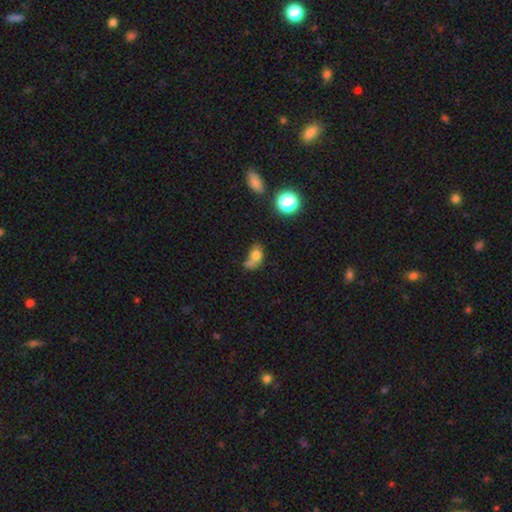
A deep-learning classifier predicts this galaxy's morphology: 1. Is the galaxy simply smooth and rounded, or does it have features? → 71% smooth, 16% featured or disk, 13% star or artifact.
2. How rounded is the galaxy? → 59% in between, 39% round, 2% cigar-shaped.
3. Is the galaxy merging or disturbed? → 41% merger, 29% none, 17% minor disturbance, 12% major disturbance.